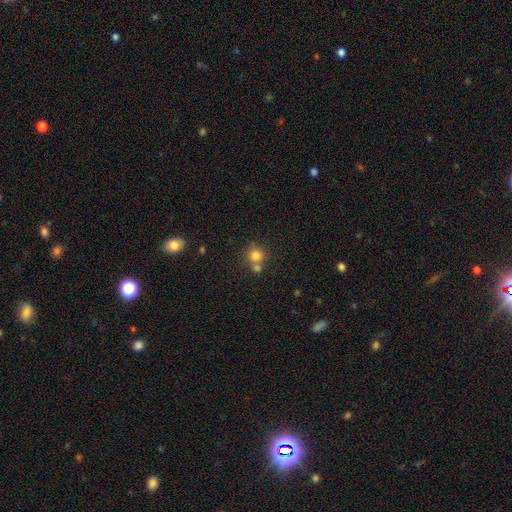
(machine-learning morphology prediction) Smooth or featured? smooth (79%)
How rounded? round (88%)
Merging? none (54%)